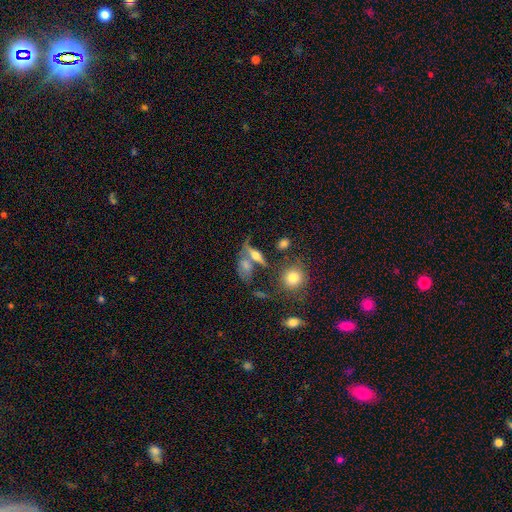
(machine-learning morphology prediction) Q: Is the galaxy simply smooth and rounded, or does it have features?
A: featured or disk — 48%.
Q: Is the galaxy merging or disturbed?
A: none — 43%.